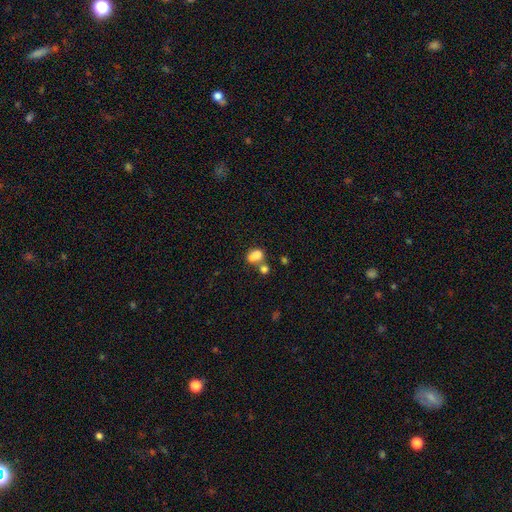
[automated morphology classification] smooth 78%, featured or disk 11%, star or artifact 11%. Down the decision tree: how rounded — in between (69%); merging — merger (49%).